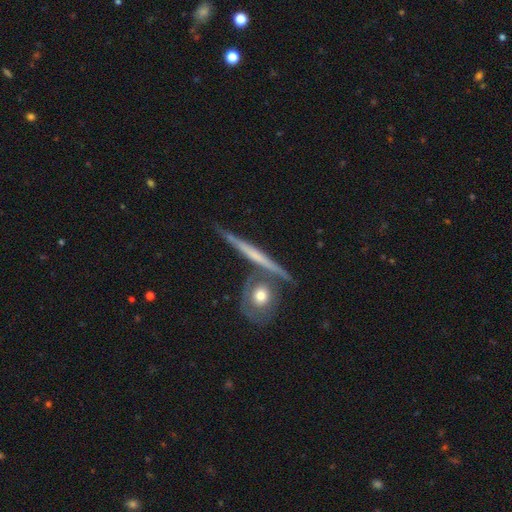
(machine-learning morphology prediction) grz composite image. It shows a featured or disk galaxy (64%) viewed edge-on (94%) with no central bulge (71%). Merging: none (77%).